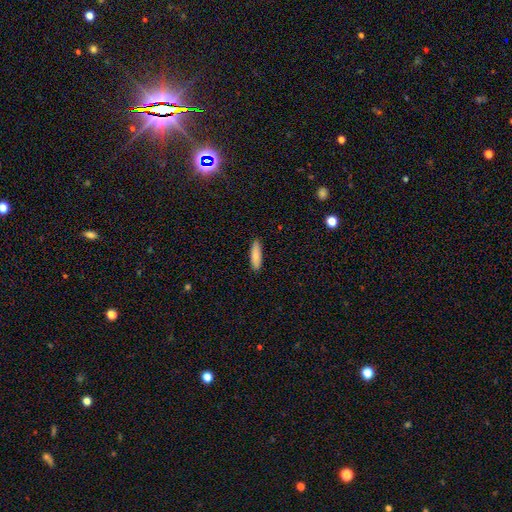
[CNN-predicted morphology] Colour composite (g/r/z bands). It shows a smooth galaxy with no disk features (85%) that is cigar-shaped (61%). Merging: none (89%).